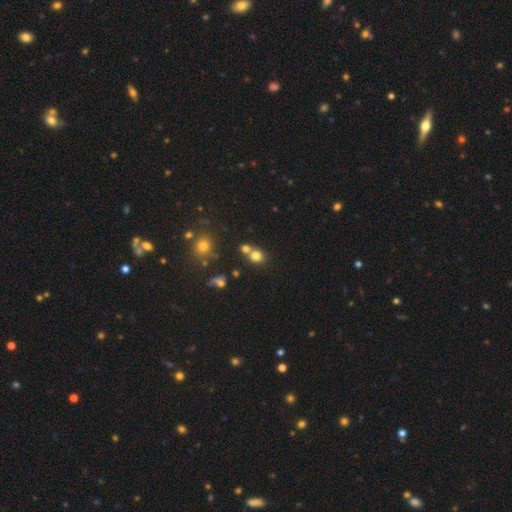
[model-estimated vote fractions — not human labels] The model was most divided on "merging": none: 51%, merger: 38%, minor disturbance: 8%, major disturbance: 4%. More confident: how rounded — round (83%); smooth or featured — smooth (75%).